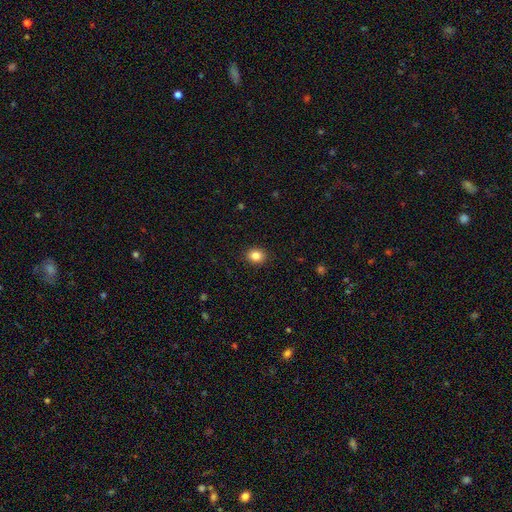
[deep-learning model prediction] A smooth galaxy with no disk features (85%) that is round (62%). Merging: none (90%).